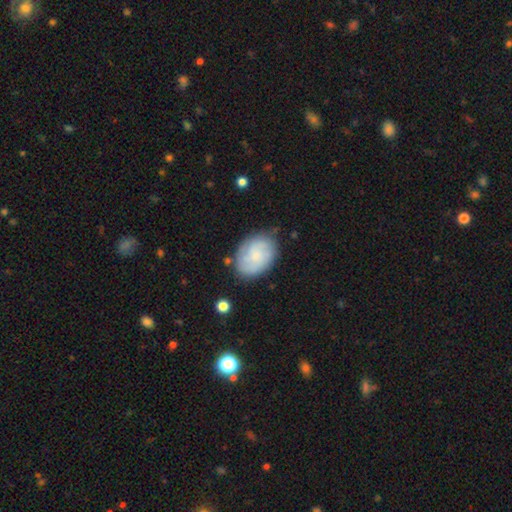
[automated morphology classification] This is possibly a smooth galaxy (50%). How rounded: likely in between (75%). Merging: likely none (74%).